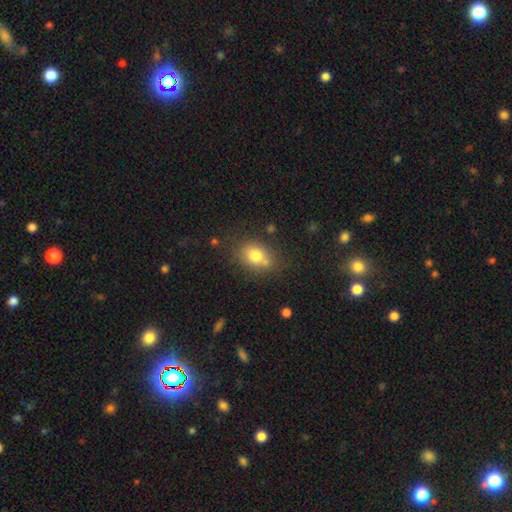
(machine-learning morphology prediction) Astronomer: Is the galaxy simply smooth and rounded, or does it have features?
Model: smooth — 76%.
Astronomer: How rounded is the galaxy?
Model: in between — 61% (runner-up: round, 37%).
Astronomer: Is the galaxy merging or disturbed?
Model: none — 62%.